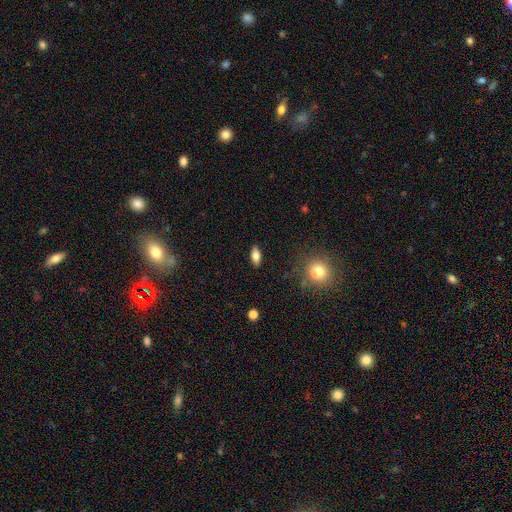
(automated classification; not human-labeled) This appears to be a smooth galaxy with no disk features (72%) that is in between round and cigar-shaped (81%). Merging: none (87%).